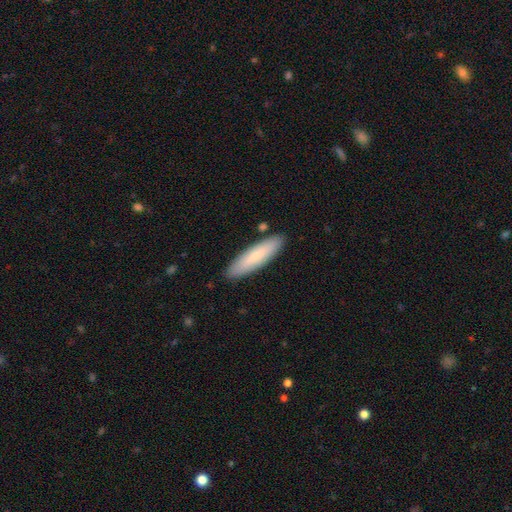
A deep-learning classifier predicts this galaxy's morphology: Smooth or featured: smooth — 73% (featured or disk — 21%)
How rounded: cigar-shaped — 73% (in between — 26%)
Merging: none — 88% (minor disturbance — 8%)